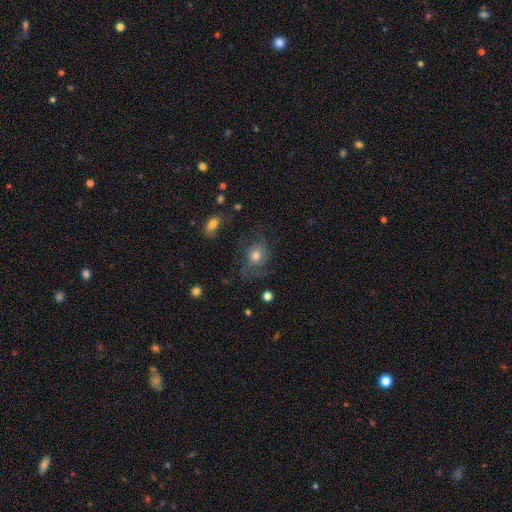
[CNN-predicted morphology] A featured or disk galaxy (47%). Merging: none (62%).